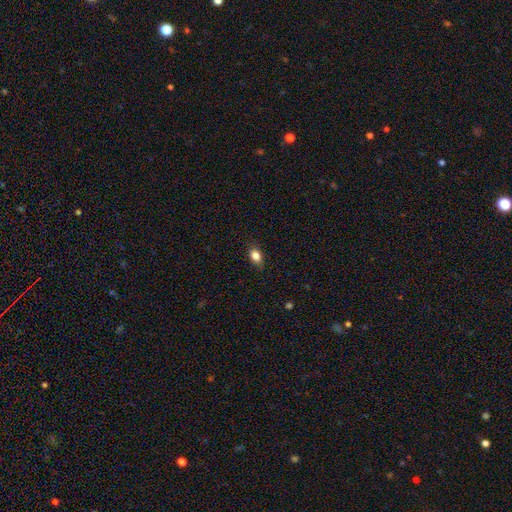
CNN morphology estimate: Smooth or featured: smooth — 84% (star or artifact — 9%)
How rounded: in between — 80% (round — 18%)
Merging: none — 83% (minor disturbance — 14%)